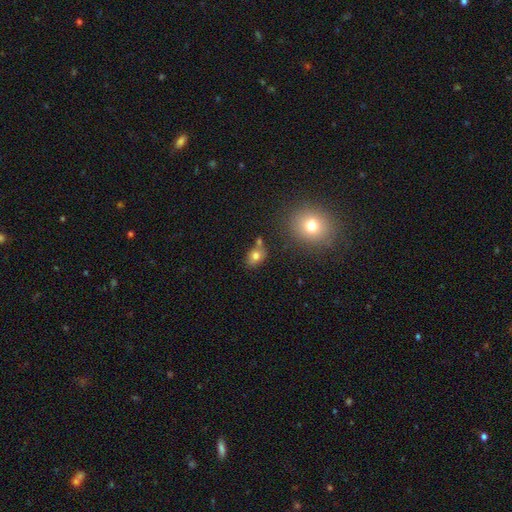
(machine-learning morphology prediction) This appears to be a smooth galaxy with no disk features (76%) that is in between round and cigar-shaped (62%). Merging: none (61%).